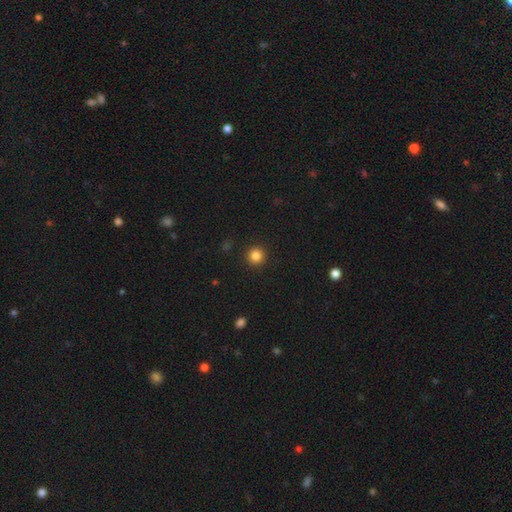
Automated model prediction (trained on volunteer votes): smooth 84%, star or artifact 12%, featured or disk 4%. Down the decision tree: how rounded — round (95%); merging — none (92%).